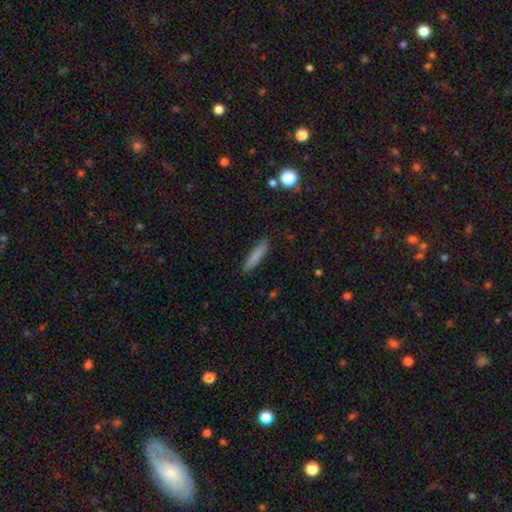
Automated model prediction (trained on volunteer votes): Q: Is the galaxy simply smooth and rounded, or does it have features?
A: smooth — 82%.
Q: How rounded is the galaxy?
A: cigar-shaped — 85%.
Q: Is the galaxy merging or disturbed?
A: none — 87%.